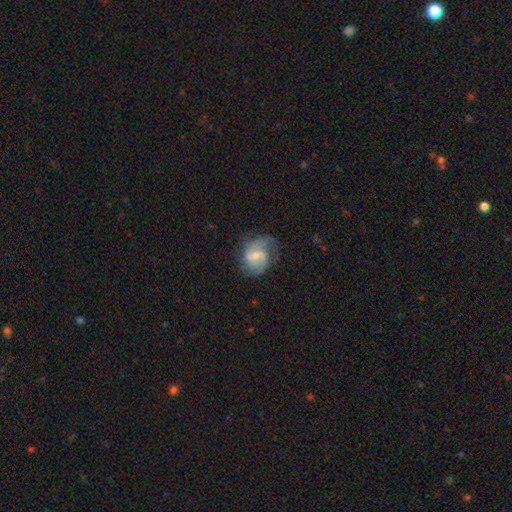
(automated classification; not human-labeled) smooth_or_featured: featured or disk (p=0.77) [alt: smooth p=0.17]
disk_edge_on: no (p=0.98) [alt: yes p=0.02]
bar: weak (p=0.59) [alt: no p=0.26]
has_spiral_arms: yes (p=0.94) [alt: no p=0.06]
spiral_winding: medium (p=0.50) [alt: tight p=0.26]
spiral_arm_count: 2 (p=0.57) [alt: 3 p=0.17]
bulge_size: small (p=0.44) [alt: moderate p=0.33]
merging: none (p=0.62) [alt: minor disturbance p=0.22]